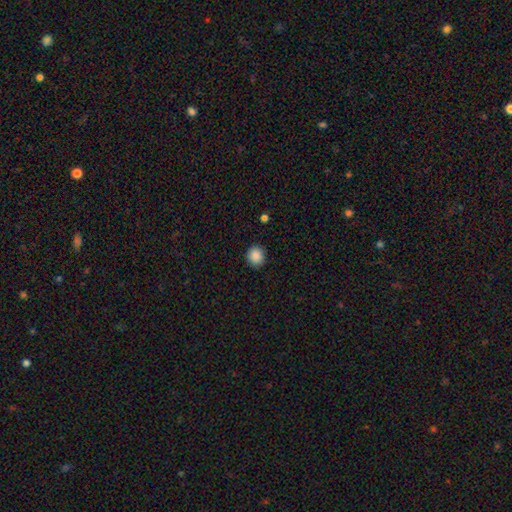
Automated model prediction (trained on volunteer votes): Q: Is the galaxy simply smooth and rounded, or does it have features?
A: smooth — 88%.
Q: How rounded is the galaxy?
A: round — 89%.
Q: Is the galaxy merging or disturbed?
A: none — 91%.